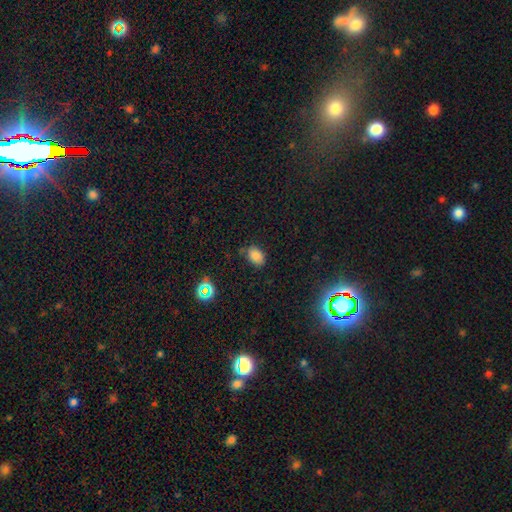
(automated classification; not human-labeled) smooth 79%, star or artifact 15%, featured or disk 6%. Down the decision tree: how rounded — in between (83%); merging — none (70%).